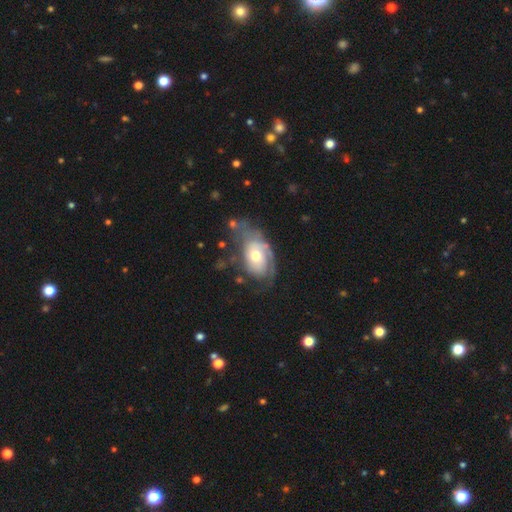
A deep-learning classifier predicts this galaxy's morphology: smooth_or_featured: featured or disk (p=0.67) [alt: smooth p=0.27]
disk_edge_on: no (p=0.94) [alt: yes p=0.06]
bar: no (p=0.77) [alt: weak p=0.19]
has_spiral_arms: yes (p=0.77) [alt: no p=0.23]
bulge_size: moderate (p=0.67) [alt: small p=0.19]
merging: none (p=0.40) [alt: major disturbance p=0.28]